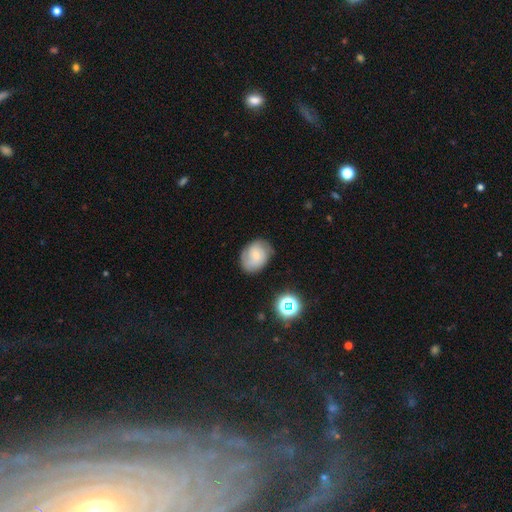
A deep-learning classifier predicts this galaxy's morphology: A featured or disk galaxy (47%).

Vote fractions:
- Smooth or featured? featured or disk: 47% / smooth: 43% / star or artifact: 10%
- Merging? none: 71% / minor disturbance: 21% / major disturbance: 6% / merger: 2%